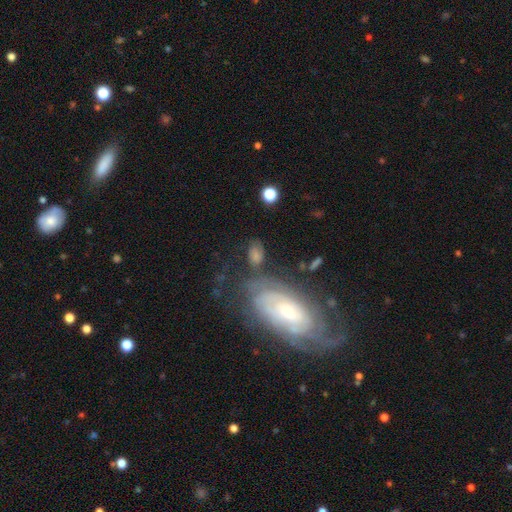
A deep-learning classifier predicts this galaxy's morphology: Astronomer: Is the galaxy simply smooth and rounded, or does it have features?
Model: featured or disk — 51% (runner-up: smooth, 37%).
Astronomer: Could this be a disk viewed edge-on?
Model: no — 90%.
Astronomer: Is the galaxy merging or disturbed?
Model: none — 57%.